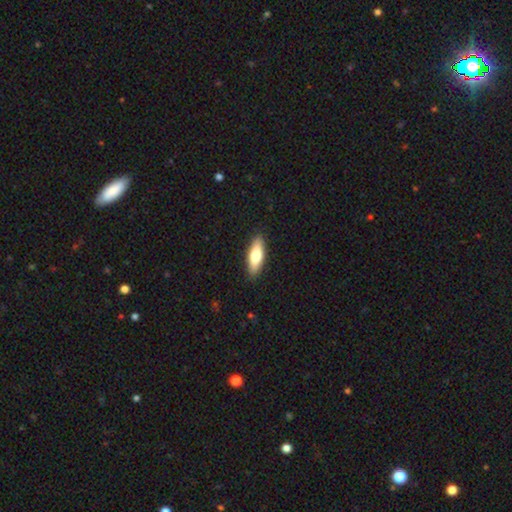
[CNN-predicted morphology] Q: Smooth or featured?
A: smooth (69%); runner-up: featured or disk (25%)
Q: How rounded?
A: in between (56%); runner-up: cigar-shaped (42%)
Q: Merging?
A: none (89%); runner-up: minor disturbance (8%)